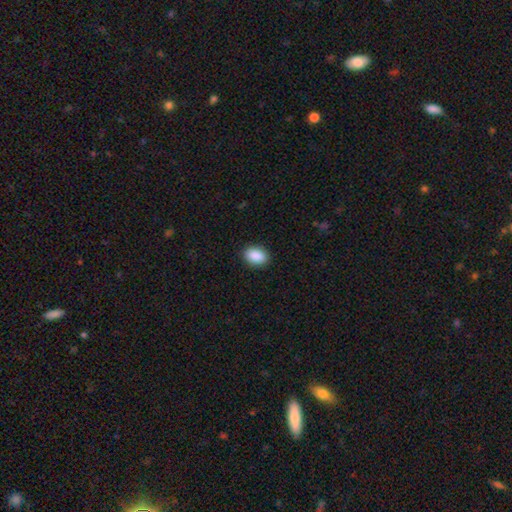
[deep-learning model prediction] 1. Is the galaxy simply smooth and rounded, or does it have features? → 90% smooth, 7% star or artifact, 3% featured or disk.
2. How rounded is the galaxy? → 85% in between, 13% round, 1% cigar-shaped.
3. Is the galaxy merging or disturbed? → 90% none, 7% minor disturbance, 2% major disturbance, 1% merger.